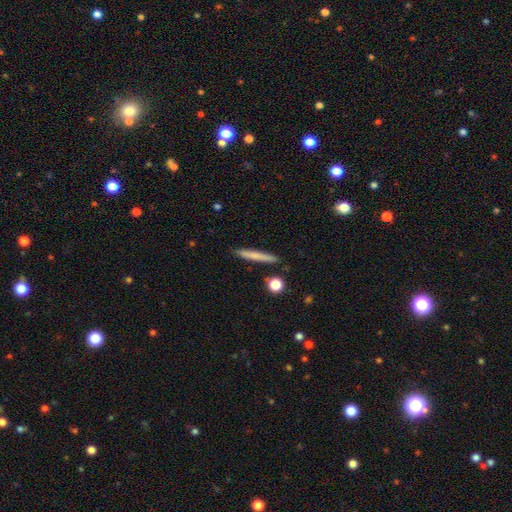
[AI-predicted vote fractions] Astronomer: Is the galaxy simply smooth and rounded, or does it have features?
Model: smooth — 69%.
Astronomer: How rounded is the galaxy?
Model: cigar-shaped — 95%.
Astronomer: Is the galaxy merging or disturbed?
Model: none — 90%.